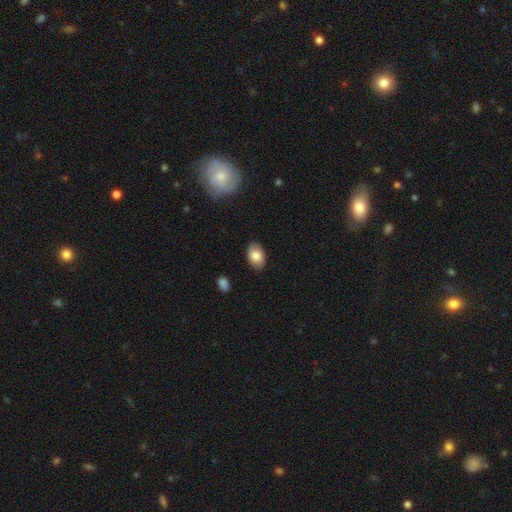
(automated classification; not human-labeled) Smooth or featured? Predicted: smooth (p=0.84). How rounded? Predicted: in between (p=0.90). Merging? Predicted: none (p=0.86).